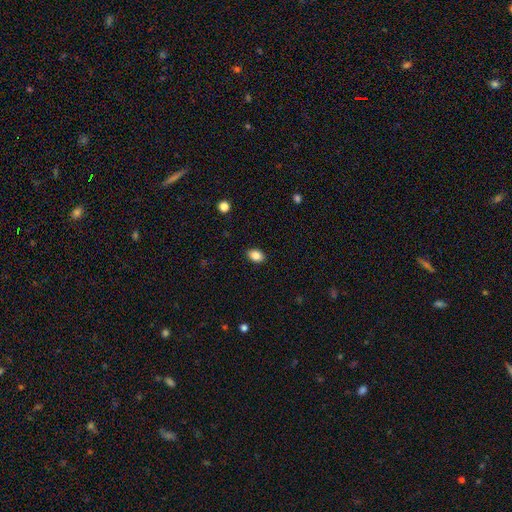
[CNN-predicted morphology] Smooth or featured? Predicted: smooth (p=0.86). How rounded? Predicted: in between (p=0.80). Merging? Predicted: none (p=0.89).